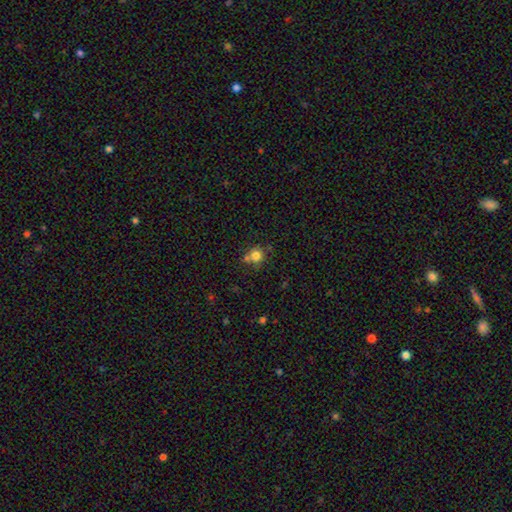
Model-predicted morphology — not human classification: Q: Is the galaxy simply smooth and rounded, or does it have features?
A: smooth — 79%.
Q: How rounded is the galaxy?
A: round — 88%.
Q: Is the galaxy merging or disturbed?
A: none — 60%.